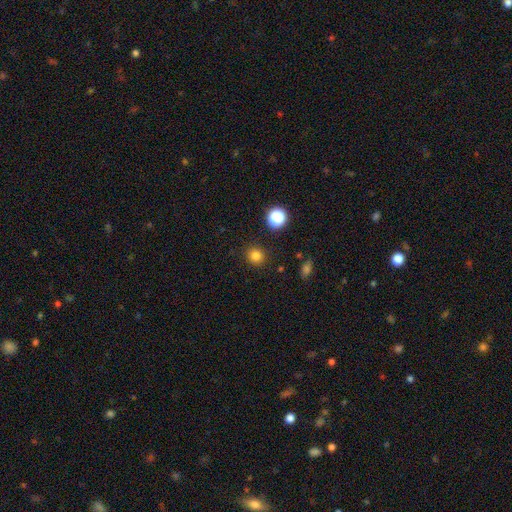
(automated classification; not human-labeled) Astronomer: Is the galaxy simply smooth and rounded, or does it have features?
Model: smooth — 80%.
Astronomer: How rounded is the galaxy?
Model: round — 90%.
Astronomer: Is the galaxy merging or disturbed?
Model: none — 89%.